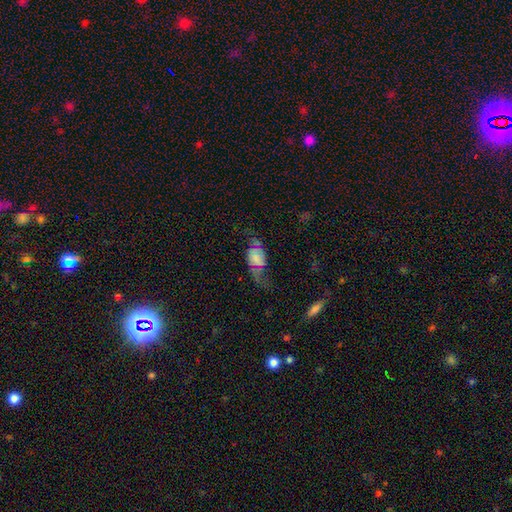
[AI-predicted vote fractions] Smooth or featured? featured or disk (60%)
Edge-on disk? no (88%)
Bar? no (60%)
Spiral arms? yes (79%)
Bulge size? small (28%)
Merging? none (50%)